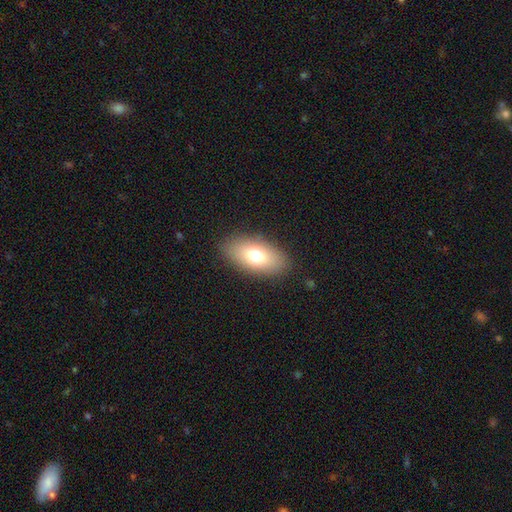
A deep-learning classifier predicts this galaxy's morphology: This is likely a smooth galaxy (73%). How rounded: clearly in between (90%). Merging: clearly none (86%).